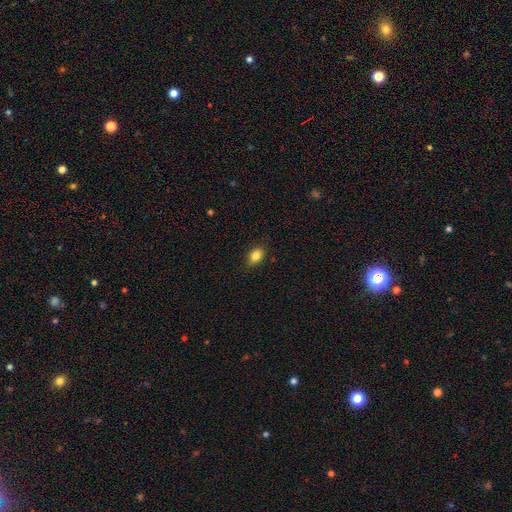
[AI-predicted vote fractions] Smooth or featured? Predicted: smooth (p=0.84). How rounded? Predicted: in between (p=0.80). Merging? Predicted: none (p=0.86).